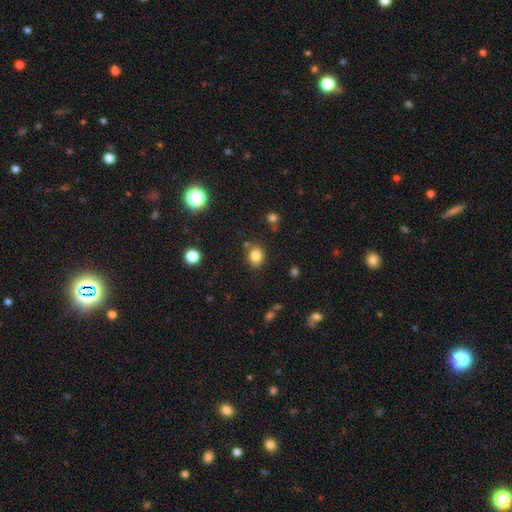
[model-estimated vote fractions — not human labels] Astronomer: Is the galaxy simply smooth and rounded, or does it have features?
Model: smooth — 82%.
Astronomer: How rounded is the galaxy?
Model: round — 67%.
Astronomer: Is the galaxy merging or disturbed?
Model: none — 79%.